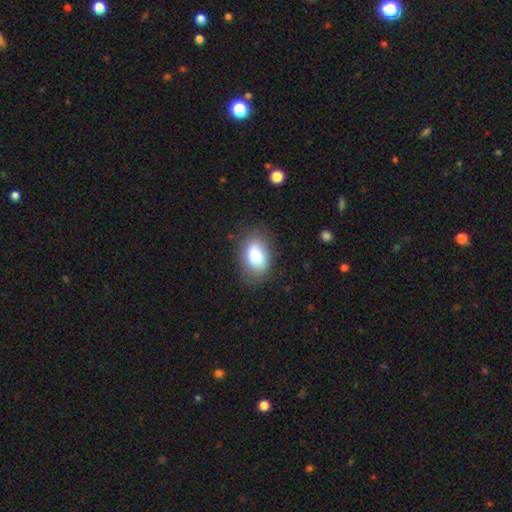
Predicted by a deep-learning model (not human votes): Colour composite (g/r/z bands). It shows a smooth galaxy with no disk features (83%) that is in between round and cigar-shaped (86%). Merging: none (79%).